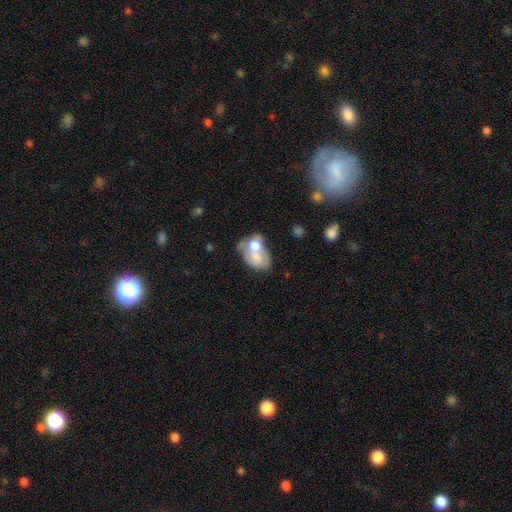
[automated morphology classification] Overall: smooth (58%; featured or disk 34%). How rounded: in between (79%). Merging: merger (64%).